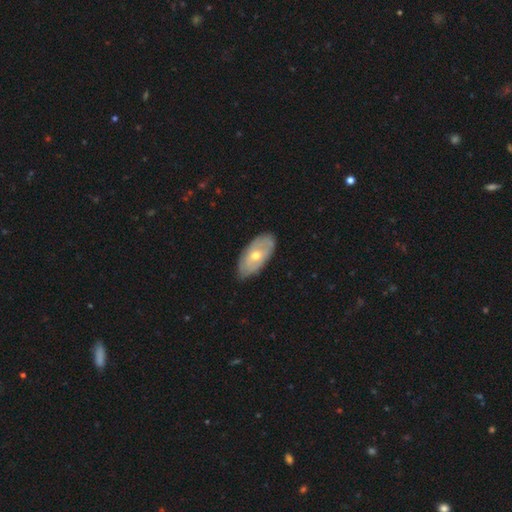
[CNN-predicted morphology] smooth-or-featured: featured or disk: 51% | smooth: 43% | star or artifact: 6%
  disk-edge-on: no: 85% | yes: 15%
  merging: none: 81% | minor disturbance: 15% | major disturbance: 3% | merger: 1%